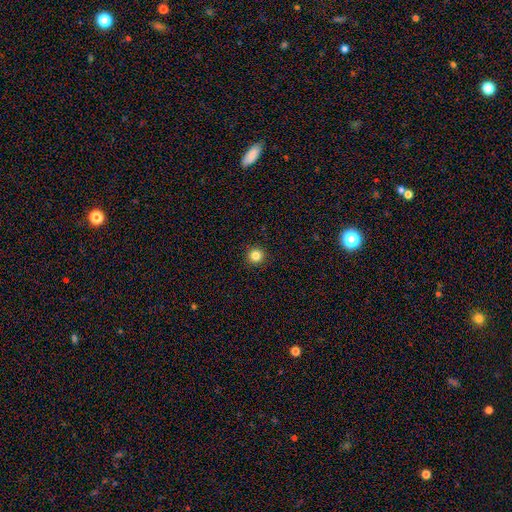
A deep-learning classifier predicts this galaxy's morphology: smooth_or_featured: smooth (p=0.83) [alt: star or artifact p=0.12]
how_rounded: round (p=0.96) [alt: in between p=0.03]
merging: none (p=0.94) [alt: minor disturbance p=0.04]